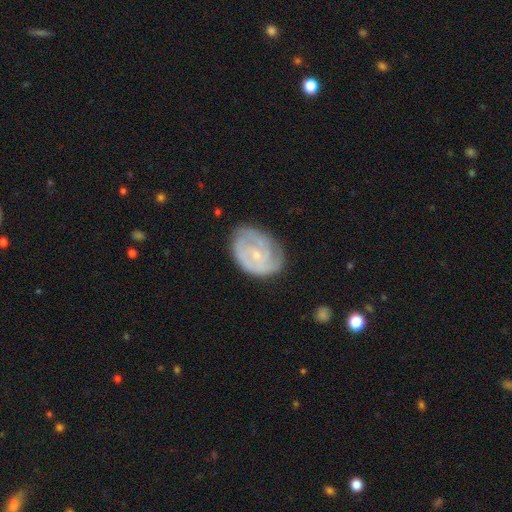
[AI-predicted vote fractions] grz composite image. It shows a featured or disk galaxy (72%) with no bar (67%), tight (62%) spiral arms (86%) and a small central bulge (73%). Merging: none (66%).